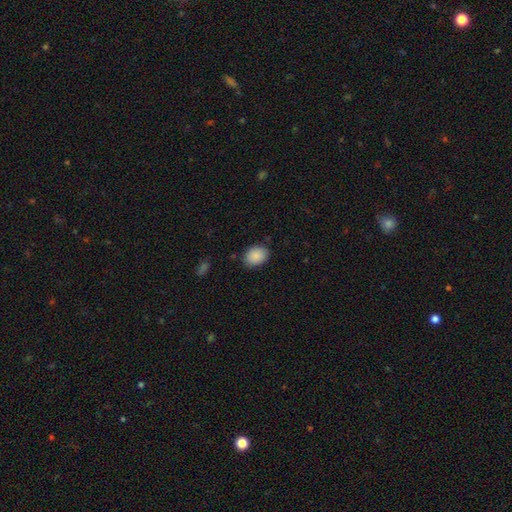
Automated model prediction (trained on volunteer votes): A smooth galaxy with no disk features (89%) that is in between round and cigar-shaped (68%).

Vote fractions:
- Smooth or featured? smooth: 89% / star or artifact: 7% / featured or disk: 4%
- How rounded? in between: 68% / round: 32% / cigar-shaped: 1%
- Merging? none: 82% / minor disturbance: 13% / major disturbance: 3% / merger: 1%